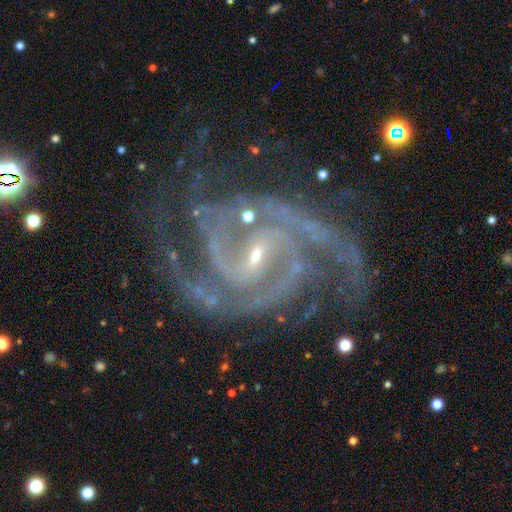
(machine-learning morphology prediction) This is clearly a featured or disk galaxy (93%). It is clearly not viewed edge-on (98%). Bar: marginally weak (42%). Spiral arm pattern: clearly yes (99%). Spiral arm count: marginally 2 (42%). Spiral winding: possibly medium (50%). Central bulge: clearly small (82%). Merging: likely none (65%).